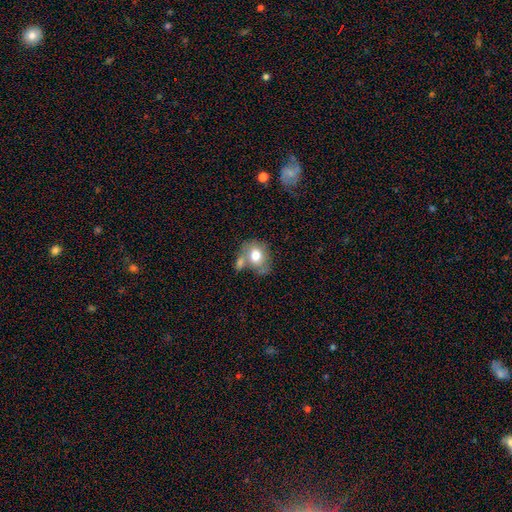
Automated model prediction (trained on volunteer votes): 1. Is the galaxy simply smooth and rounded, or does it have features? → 71% smooth, 21% featured or disk, 8% star or artifact.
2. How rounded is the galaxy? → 56% in between, 43% round, 1% cigar-shaped.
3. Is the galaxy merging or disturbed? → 40% none, 33% merger, 19% minor disturbance, 9% major disturbance.